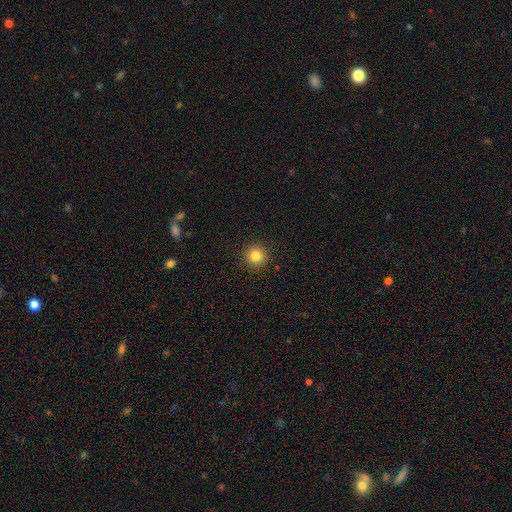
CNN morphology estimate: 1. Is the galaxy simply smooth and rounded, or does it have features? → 83% smooth, 12% star or artifact, 5% featured or disk.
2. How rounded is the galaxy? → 95% round, 4% in between, 1% cigar-shaped.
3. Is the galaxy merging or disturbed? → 92% none, 5% minor disturbance, 2% major disturbance, 1% merger.